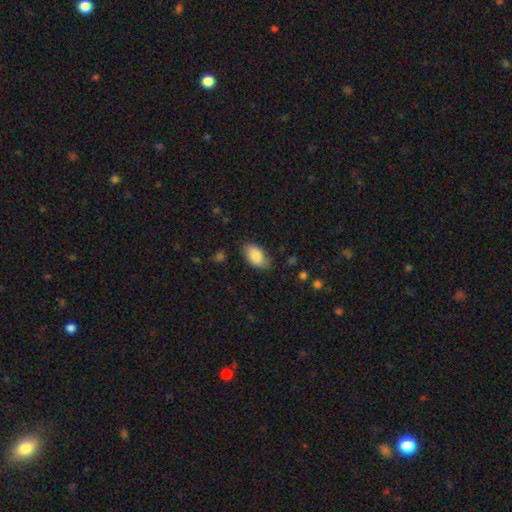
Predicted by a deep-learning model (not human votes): Smooth or featured? Predicted: smooth (p=0.85). How rounded? Predicted: in between (p=0.93). Merging? Predicted: none (p=0.80).